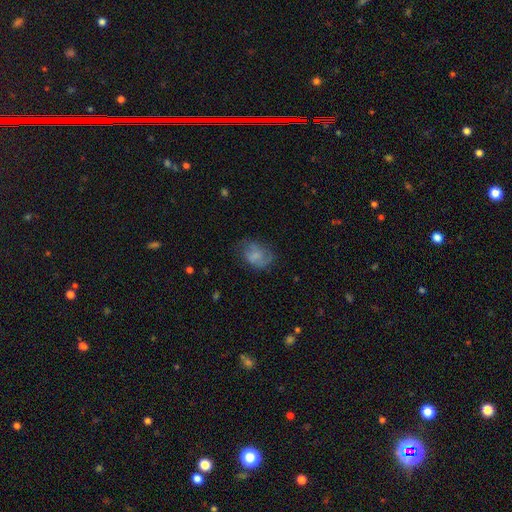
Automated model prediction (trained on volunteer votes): Smooth or featured? smooth (60%)
How rounded? in between (69%)
Merging? none (54%)